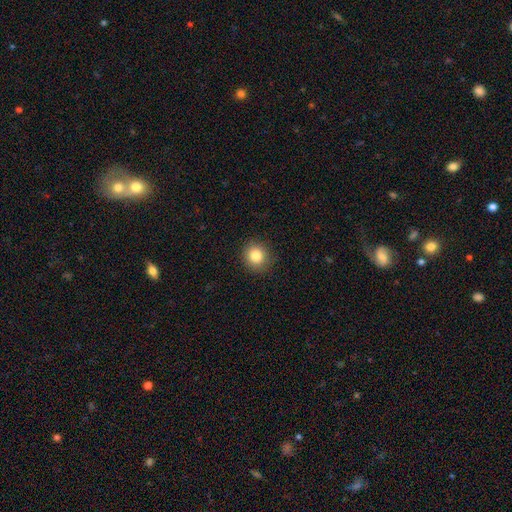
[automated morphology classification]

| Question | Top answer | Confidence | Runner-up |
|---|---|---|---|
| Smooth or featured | smooth | 84% | star or artifact (10%) |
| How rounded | round | 89% | in between (10%) |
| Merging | none | 89% | minor disturbance (8%) |